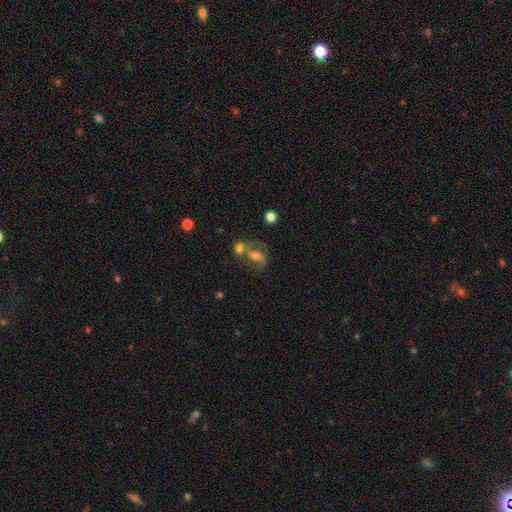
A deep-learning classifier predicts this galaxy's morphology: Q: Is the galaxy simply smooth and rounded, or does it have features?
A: featured or disk — 70%.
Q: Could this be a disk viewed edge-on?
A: no — 97%.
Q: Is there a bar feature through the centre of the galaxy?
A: weak — 42%.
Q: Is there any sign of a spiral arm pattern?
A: yes — 89%.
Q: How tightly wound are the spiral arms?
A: medium — 48%.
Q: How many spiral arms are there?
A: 2 — 86%.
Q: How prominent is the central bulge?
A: moderate — 56%.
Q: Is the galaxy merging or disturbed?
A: none — 45%.